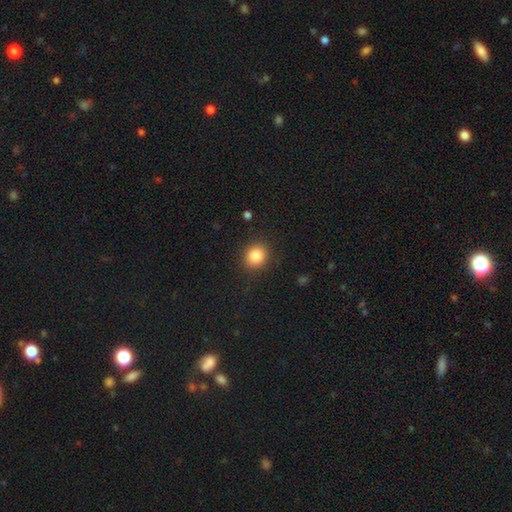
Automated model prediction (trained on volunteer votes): Smooth or featured? smooth (84%)
How rounded? round (79%)
Merging? none (89%)